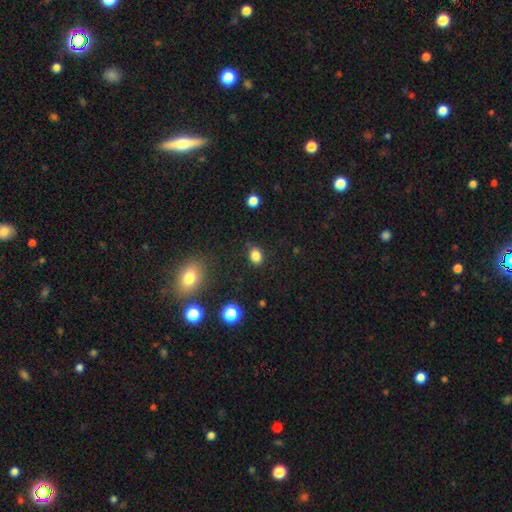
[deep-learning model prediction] Smooth or featured? Predicted: smooth (p=0.84). How rounded? Predicted: in between (p=0.68). Merging? Predicted: none (p=0.80).